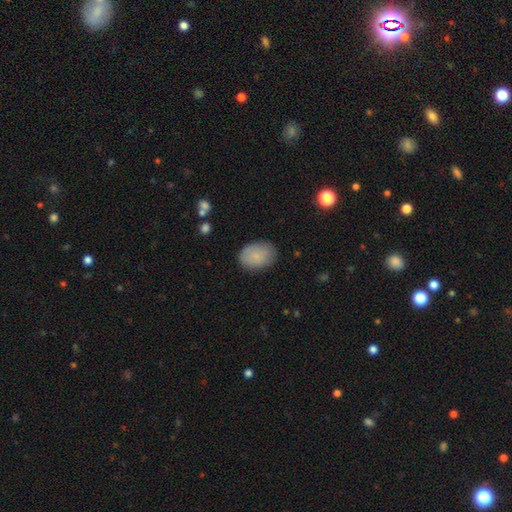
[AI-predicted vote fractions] This is clearly a smooth galaxy (84%). How rounded: clearly in between (80%). Merging: clearly none (82%).